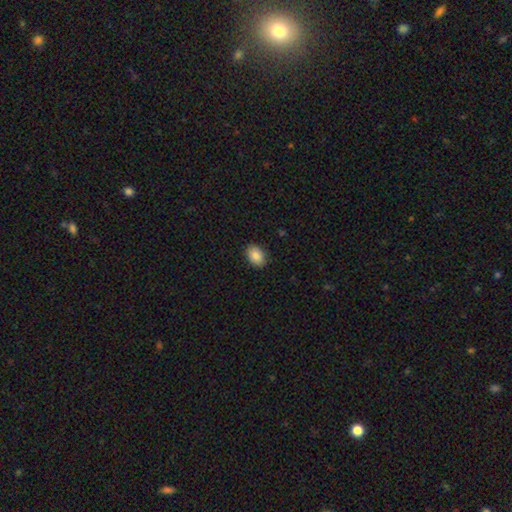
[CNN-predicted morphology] Overall: smooth (87%). How rounded: in between (81%). Merging: none (89%).